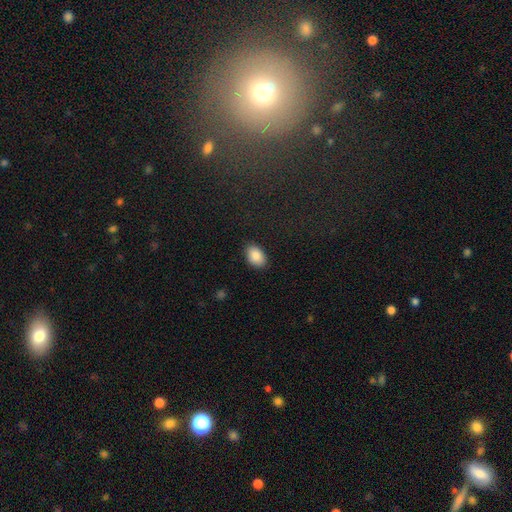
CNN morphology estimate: A smooth galaxy with no disk features (87%) that is in between round and cigar-shaped (87%).

Vote fractions:
- Smooth or featured? smooth: 87% / star or artifact: 7% / featured or disk: 6%
- How rounded? in between: 87% / round: 12% / cigar-shaped: 1%
- Merging? none: 87% / minor disturbance: 10% / major disturbance: 2% / merger: 1%